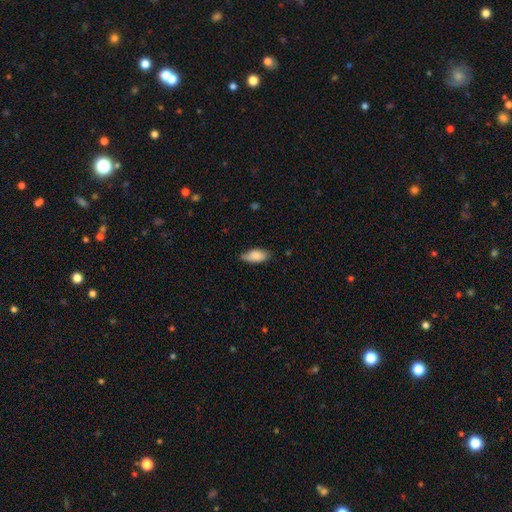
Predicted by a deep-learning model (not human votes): Overall: smooth (85%). How rounded: in between (85%). Merging: none (67%; minor disturbance 28%).